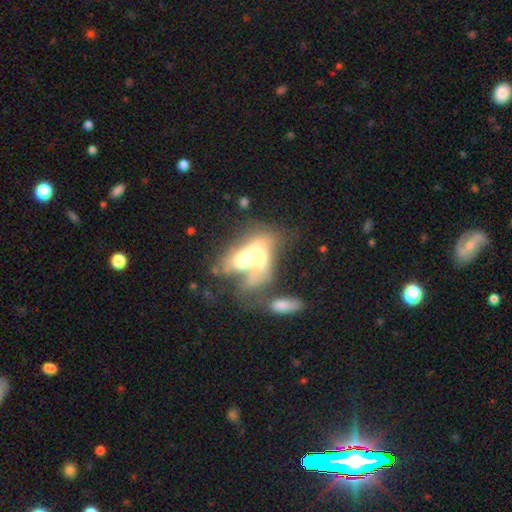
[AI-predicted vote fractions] Smooth or featured? Predicted: featured or disk (p=0.51). Edge-on disk? Predicted: no (p=0.85). Merging? Predicted: merger (p=0.68).